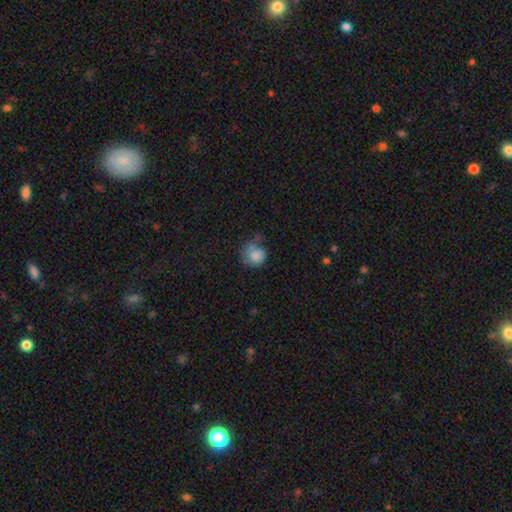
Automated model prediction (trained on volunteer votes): smooth_or_featured: smooth (p=0.77) [alt: featured or disk p=0.15]
how_rounded: round (p=0.76) [alt: in between p=0.23]
merging: none (p=0.41) [alt: minor disturbance p=0.31]